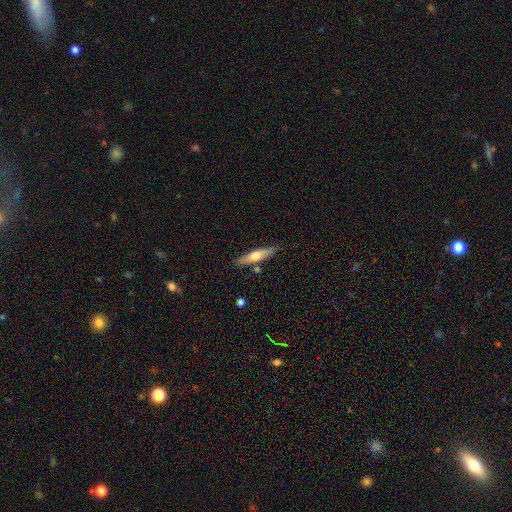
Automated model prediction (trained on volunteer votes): smooth-or-featured: smooth: 52% | featured or disk: 42% | star or artifact: 6%
  how-rounded: cigar-shaped: 79% | in between: 19% | round: 2%
  merging: none: 82% | minor disturbance: 11% | merger: 5% | major disturbance: 2%